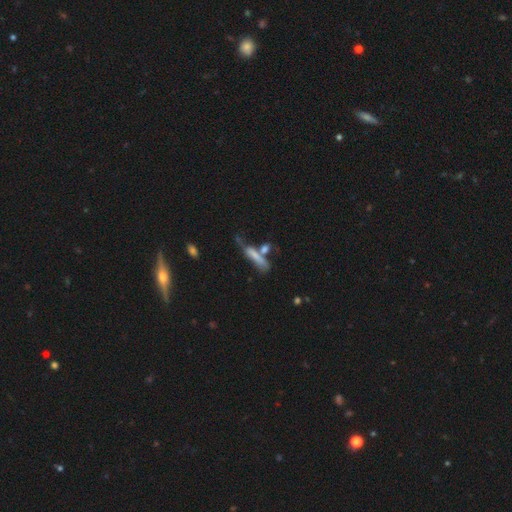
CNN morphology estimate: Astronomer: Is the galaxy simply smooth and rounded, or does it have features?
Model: smooth — 64%.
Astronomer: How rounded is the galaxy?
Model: cigar-shaped — 73%.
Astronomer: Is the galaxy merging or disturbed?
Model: none — 34% (runner-up: merger, 33%).